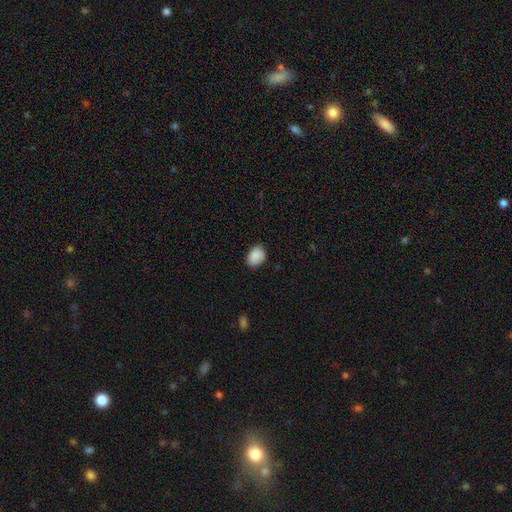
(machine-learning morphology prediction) Overall: smooth (90%). How rounded: in between (76%). Merging: none (81%).